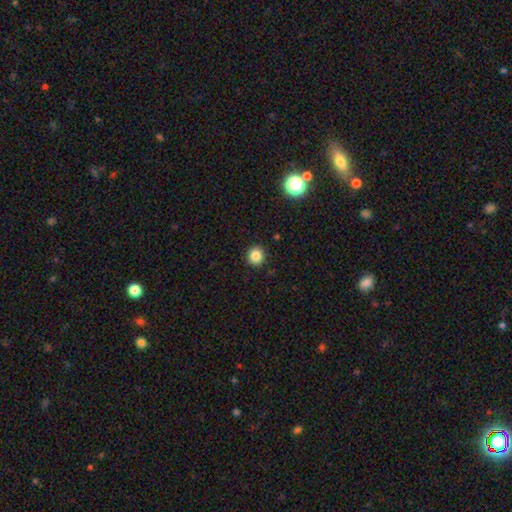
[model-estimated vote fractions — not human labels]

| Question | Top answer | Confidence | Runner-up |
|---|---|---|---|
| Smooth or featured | smooth | 84% | star or artifact (11%) |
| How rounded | round | 90% | in between (9%) |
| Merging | none | 91% | minor disturbance (6%) |